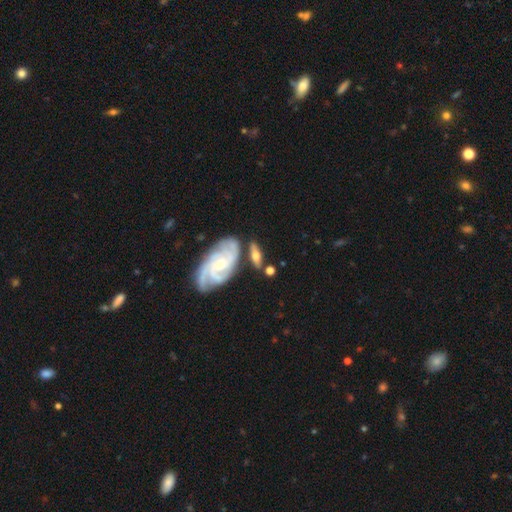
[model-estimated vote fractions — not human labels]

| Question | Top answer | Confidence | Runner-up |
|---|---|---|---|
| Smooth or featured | featured or disk | 61% | smooth (33%) |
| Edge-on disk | no | 71% | yes (29%) |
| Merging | none | 65% | minor disturbance (17%) |